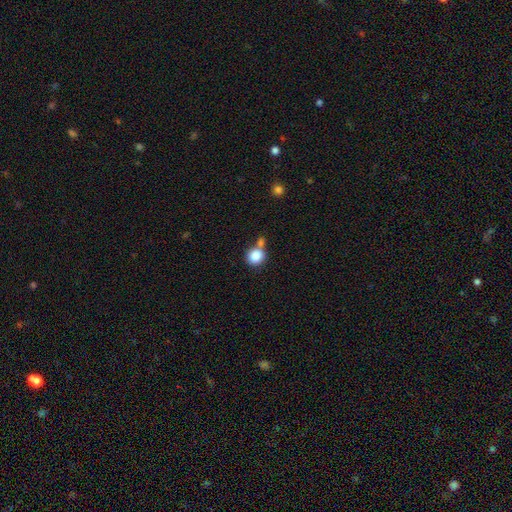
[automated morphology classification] smooth-or-featured: smooth: 85% | star or artifact: 9% | featured or disk: 6%
  how-rounded: round: 89% | in between: 10% | cigar-shaped: 1%
  merging: none: 54% | merger: 32% | minor disturbance: 11% | major disturbance: 4%